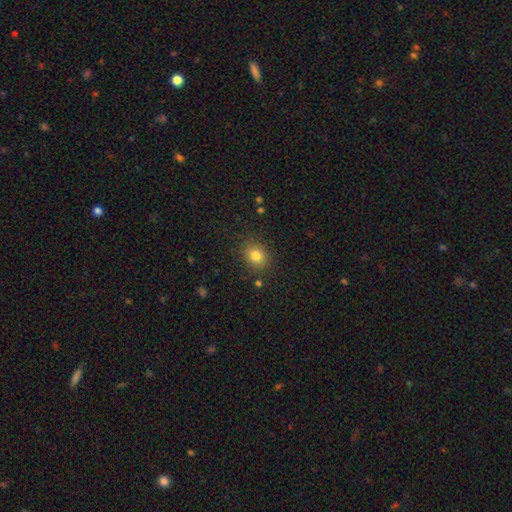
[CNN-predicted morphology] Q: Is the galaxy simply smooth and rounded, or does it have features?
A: smooth — 80%.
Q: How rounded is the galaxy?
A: round — 62%.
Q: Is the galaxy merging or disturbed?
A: none — 85%.